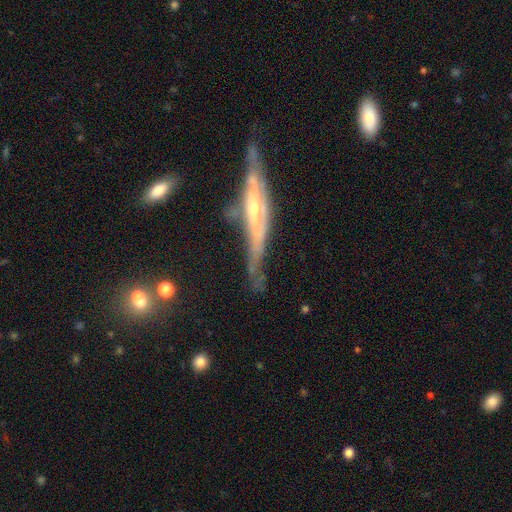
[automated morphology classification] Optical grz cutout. It shows a featured or disk galaxy (81%) viewed edge-on (87%) with a rounded central bulge (66%). Merging: none (62%).